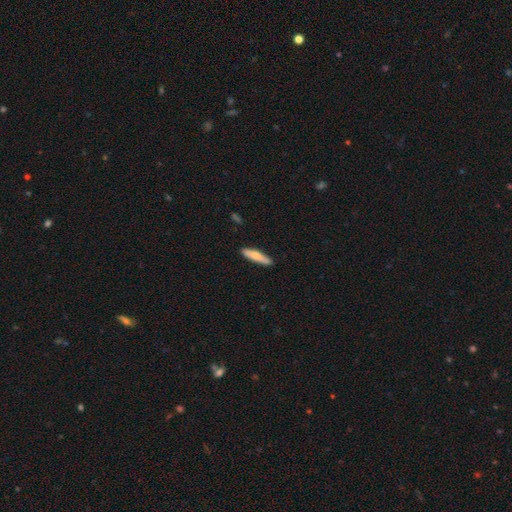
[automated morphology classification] A smooth galaxy with no disk features (68%) that is cigar-shaped (79%).

Vote fractions:
- Smooth or featured? smooth: 68% / featured or disk: 26% / star or artifact: 5%
- How rounded? cigar-shaped: 79% / in between: 19% / round: 2%
- Merging? none: 88% / minor disturbance: 9% / major disturbance: 2% / merger: 1%